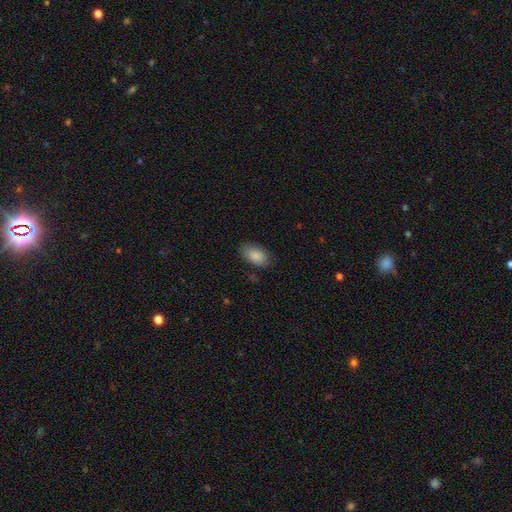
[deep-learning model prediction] smooth_or_featured: smooth (p=0.87) [alt: star or artifact p=0.07]
how_rounded: in between (p=0.93) [alt: round p=0.05]
merging: none (p=0.80) [alt: minor disturbance p=0.15]